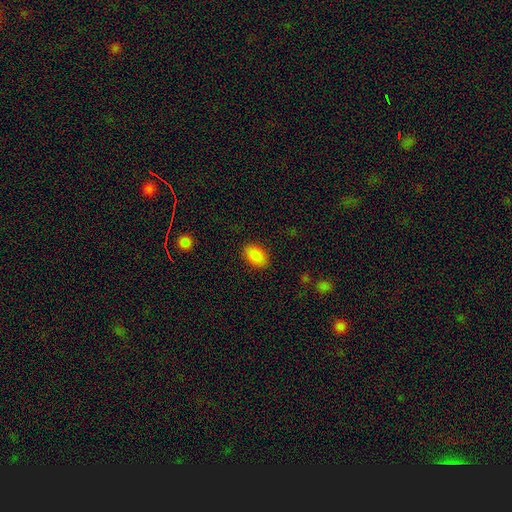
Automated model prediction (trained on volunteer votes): Smooth or featured?
  - smooth: 89% *
  - star or artifact: 8%
  - featured or disk: 4%
How rounded?
  - in between: 90% *
  - round: 9%
  - cigar-shaped: 1%
Merging?
  - none: 88% *
  - minor disturbance: 9%
  - major disturbance: 3%
  - merger: 1%